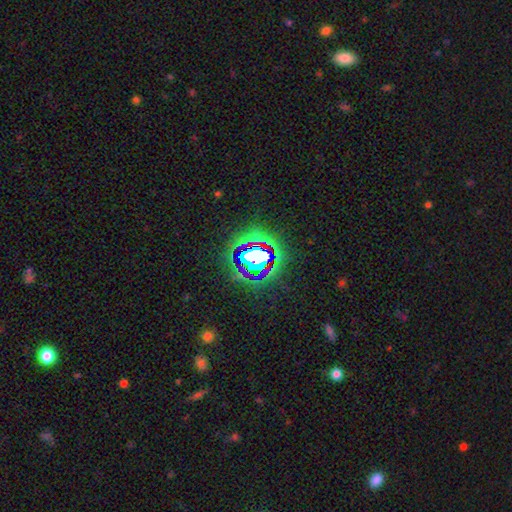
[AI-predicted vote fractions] Q: Smooth or featured?
A: star or artifact (69%); runner-up: smooth (18%)